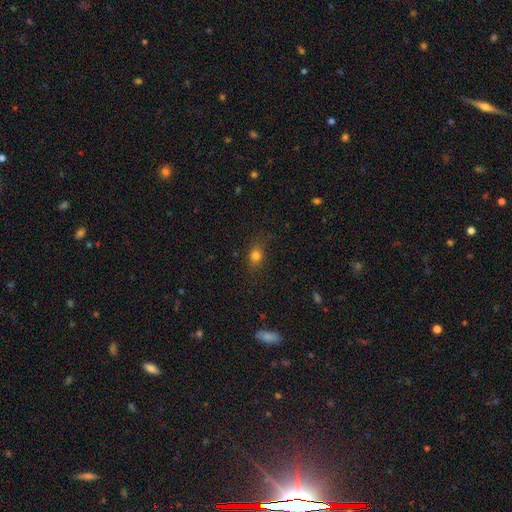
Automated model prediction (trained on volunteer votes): The model was most divided on "how rounded": in between: 54%, round: 43%, cigar-shaped: 3%. More confident: merging — none (82%); smooth or featured — smooth (78%).